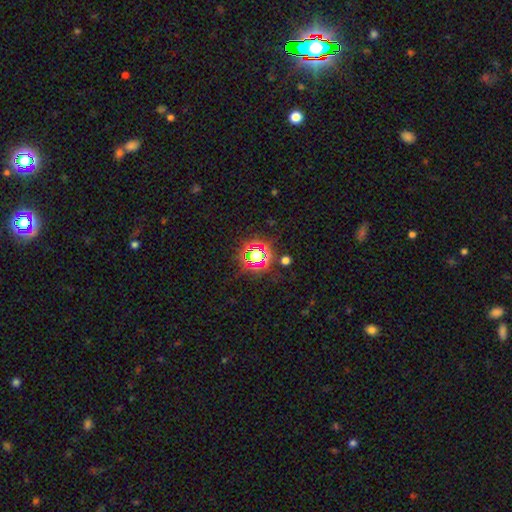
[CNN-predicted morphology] smooth_or_featured: star or artifact (p=0.69) [alt: smooth p=0.20]